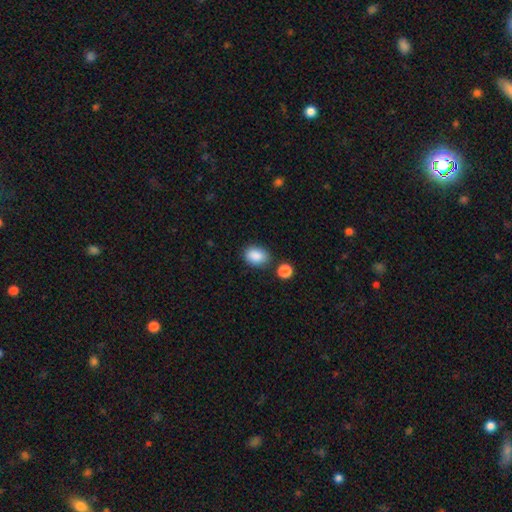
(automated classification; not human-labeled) Smooth or featured: smooth — 88% (star or artifact — 8%)
How rounded: in between — 70% (round — 29%)
Merging: none — 78% (minor disturbance — 13%)